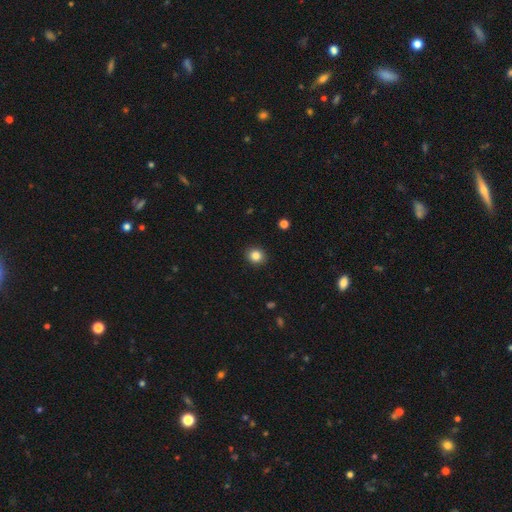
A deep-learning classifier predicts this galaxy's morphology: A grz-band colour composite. It shows a smooth galaxy with no disk features (85%) that is round (80%). Merging: none (91%).